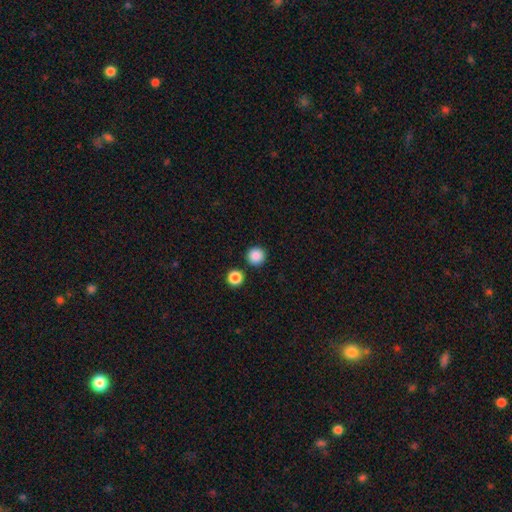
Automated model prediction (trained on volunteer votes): Q: Smooth or featured?
A: smooth (87%); runner-up: star or artifact (10%)
Q: How rounded?
A: round (96%); runner-up: in between (3%)
Q: Merging?
A: none (90%); runner-up: minor disturbance (5%)